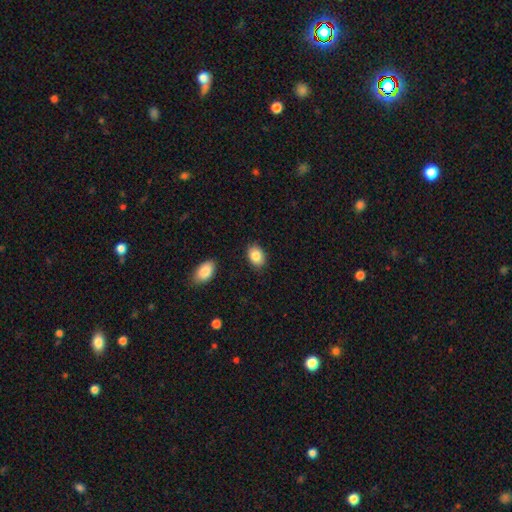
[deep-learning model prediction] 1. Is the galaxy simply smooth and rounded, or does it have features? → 86% smooth, 7% star or artifact, 7% featured or disk.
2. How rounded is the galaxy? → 79% in between, 20% round, 1% cigar-shaped.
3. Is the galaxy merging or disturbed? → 85% none, 10% minor disturbance, 2% major disturbance, 2% merger.